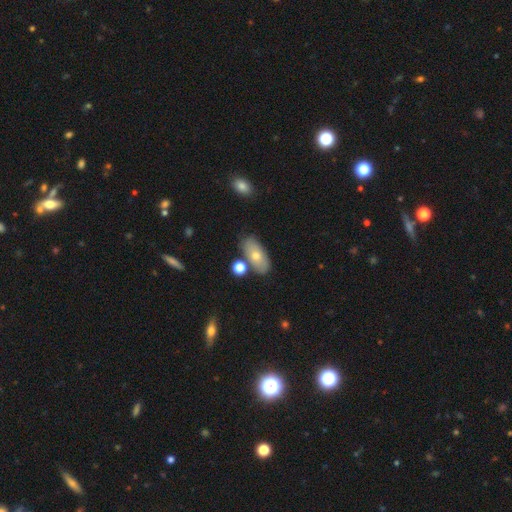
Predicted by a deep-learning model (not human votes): Smooth or featured: smooth — 64% (featured or disk — 27%)
How rounded: in between — 87% (cigar-shaped — 8%)
Merging: none — 74% (minor disturbance — 14%)